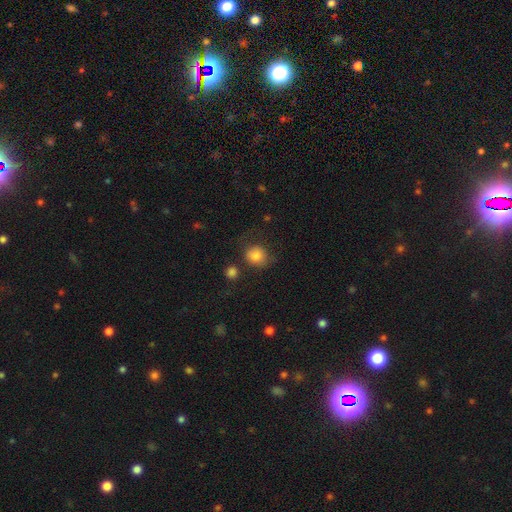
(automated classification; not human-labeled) Morphology: type=smooth (83%); roundness=round (76%); merging=none (60%).